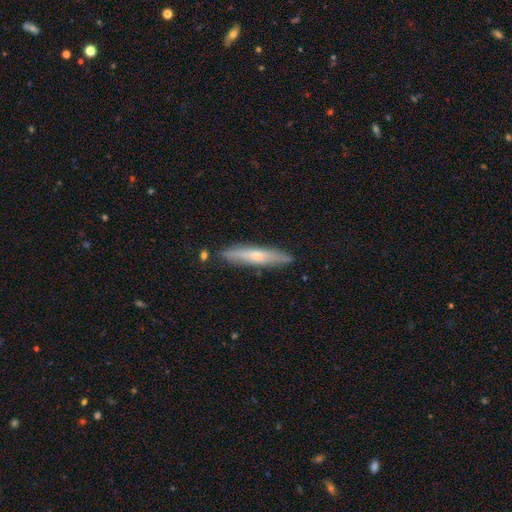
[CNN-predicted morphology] The model was most divided on "smooth or featured": featured or disk: 50%, smooth: 44%, star or artifact: 6%. More confident: merging — none (85%).